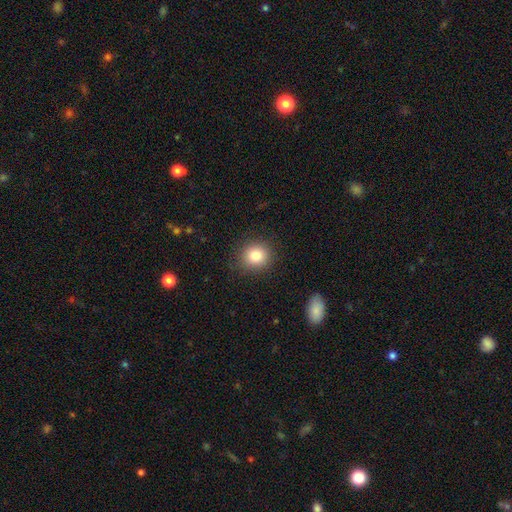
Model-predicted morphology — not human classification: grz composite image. It shows a smooth galaxy with no disk features (82%) that is round (86%). Merging: none (89%).